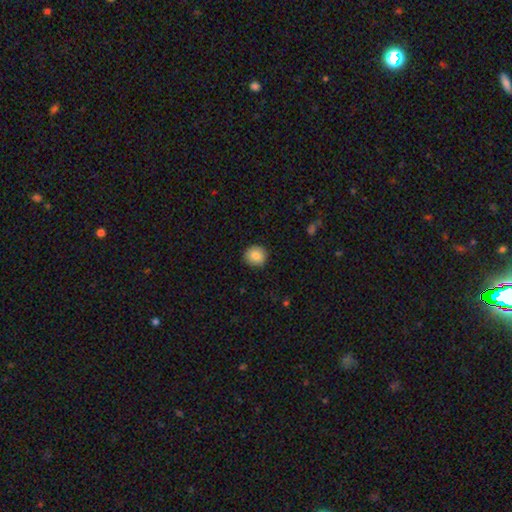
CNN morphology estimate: Overall: smooth (86%). How rounded: round (89%). Merging: none (90%).